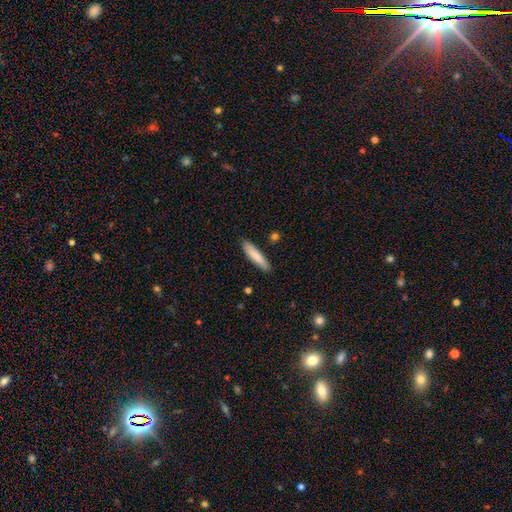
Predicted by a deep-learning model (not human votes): Smooth or featured? smooth (82%)
How rounded? cigar-shaped (83%)
Merging? none (87%)